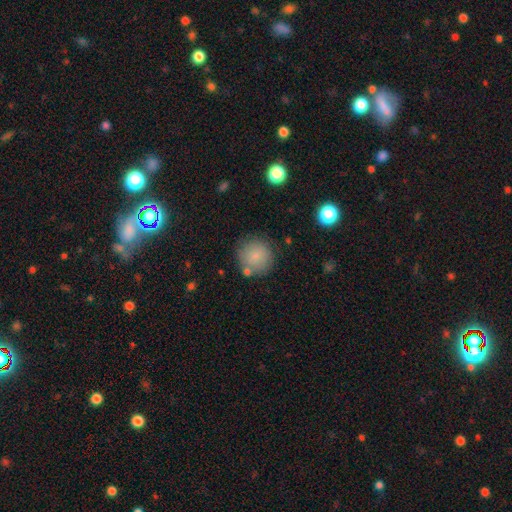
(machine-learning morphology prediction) Smooth or featured: smooth — 83% (star or artifact — 9%)
How rounded: round — 95% (in between — 4%)
Merging: none — 78% (minor disturbance — 11%)